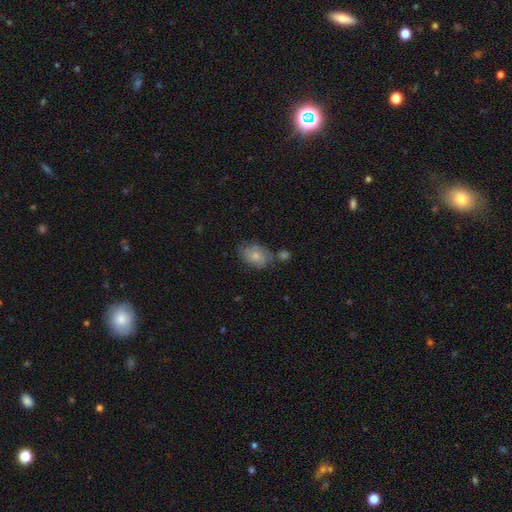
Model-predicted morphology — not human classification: The model was most divided on "merging": none: 53%, minor disturbance: 25%, merger: 14%, major disturbance: 9%. More confident: how rounded — in between (82%); smooth or featured — smooth (70%).